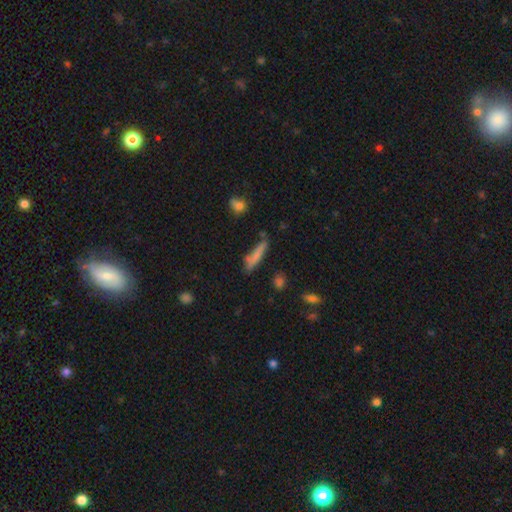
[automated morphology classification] Q: Smooth or featured?
A: smooth (72%); runner-up: featured or disk (20%)
Q: How rounded?
A: cigar-shaped (86%); runner-up: in between (12%)
Q: Merging?
A: none (65%); runner-up: minor disturbance (21%)